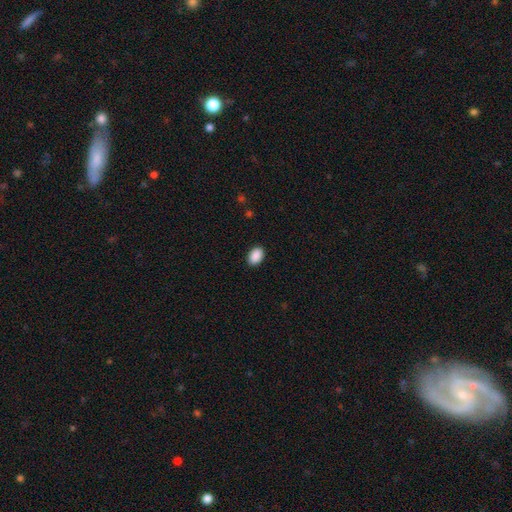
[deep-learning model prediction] Smooth or featured: smooth — 90% (star or artifact — 7%)
How rounded: in between — 86% (round — 13%)
Merging: none — 89% (minor disturbance — 8%)